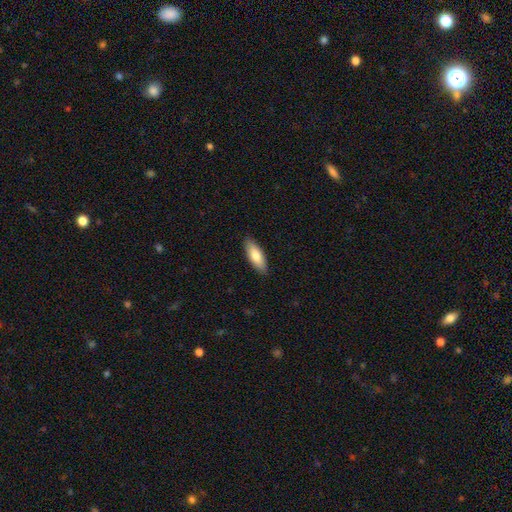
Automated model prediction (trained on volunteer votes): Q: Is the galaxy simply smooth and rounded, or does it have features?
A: smooth — 76%.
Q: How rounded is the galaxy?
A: in between — 65%.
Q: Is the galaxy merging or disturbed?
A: none — 89%.